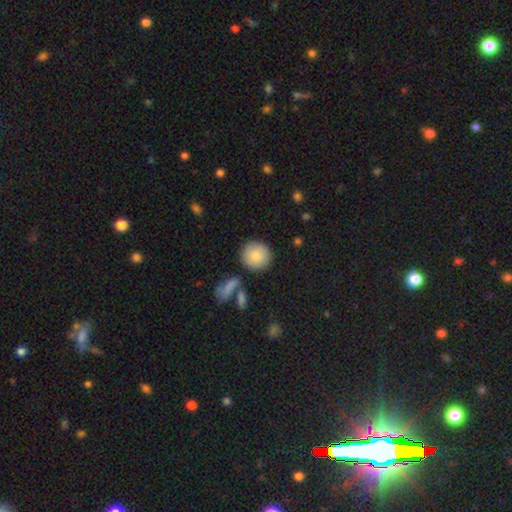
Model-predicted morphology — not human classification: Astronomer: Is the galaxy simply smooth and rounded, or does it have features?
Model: smooth — 83%.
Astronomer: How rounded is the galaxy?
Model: round — 92%.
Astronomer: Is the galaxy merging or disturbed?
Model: none — 83%.